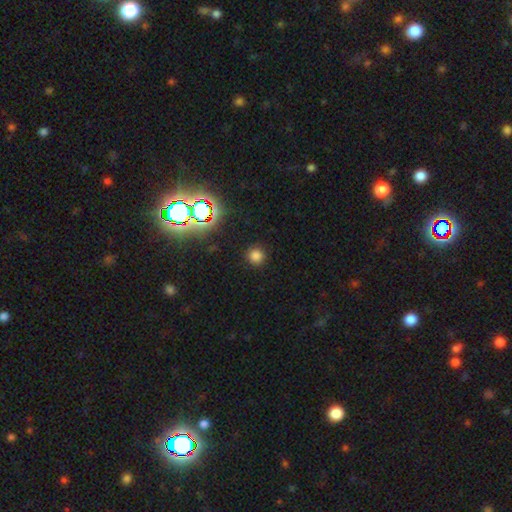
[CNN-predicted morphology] This is likely a smooth galaxy (76%). How rounded: clearly round (93%). Merging: clearly none (90%).